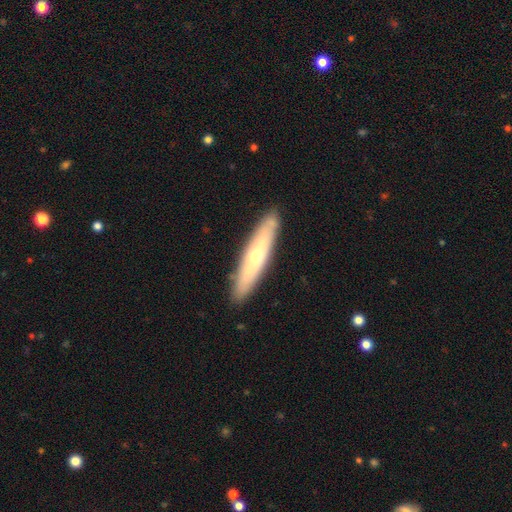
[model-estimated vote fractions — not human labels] smooth-or-featured: smooth: 48% | featured or disk: 47% | star or artifact: 5%
  merging: none: 88% | minor disturbance: 9% | major disturbance: 2% | merger: 1%